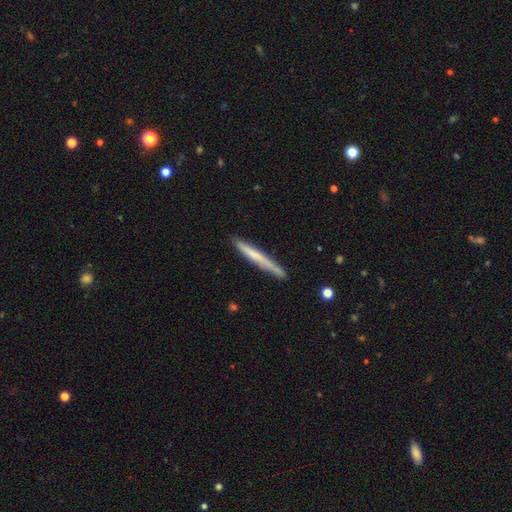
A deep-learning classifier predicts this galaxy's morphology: A smooth galaxy with no disk features (57%) that is cigar-shaped (97%). Merging: none (84%).